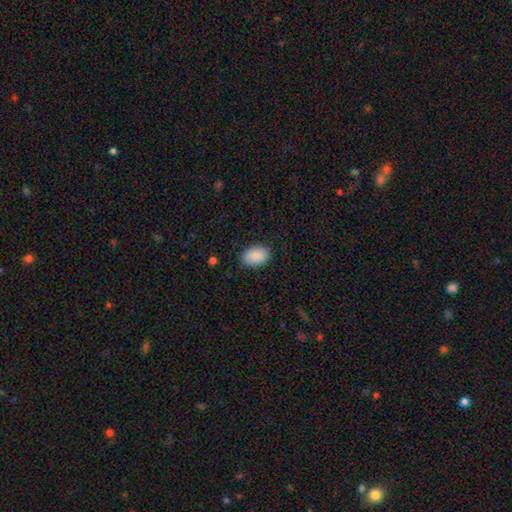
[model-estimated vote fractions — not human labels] Q: Smooth or featured?
A: smooth (89%); runner-up: star or artifact (7%)
Q: How rounded?
A: in between (88%); runner-up: round (11%)
Q: Merging?
A: none (86%); runner-up: minor disturbance (11%)